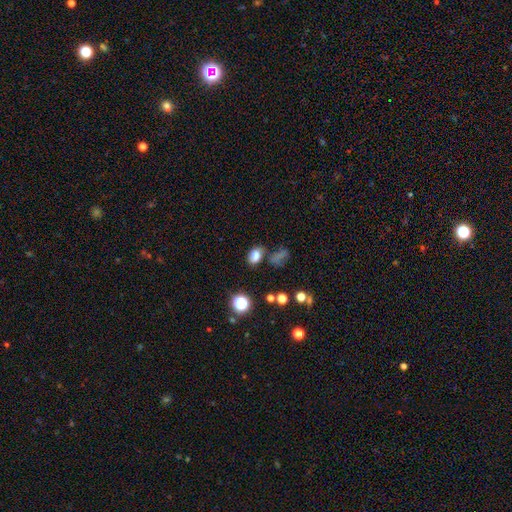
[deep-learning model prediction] smooth_or_featured: smooth (p=0.74) [alt: star or artifact p=0.17]
how_rounded: in between (p=0.78) [alt: round p=0.20]
merging: none (p=0.55) [alt: minor disturbance p=0.19]